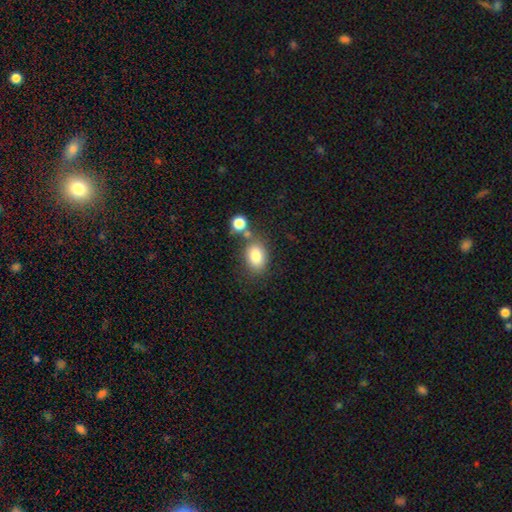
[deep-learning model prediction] Smooth or featured?
  - smooth: 83% *
  - star or artifact: 9%
  - featured or disk: 7%
How rounded?
  - in between: 77% *
  - round: 22%
  - cigar-shaped: 1%
Merging?
  - none: 65% *
  - merger: 16%
  - minor disturbance: 14%
  - major disturbance: 5%